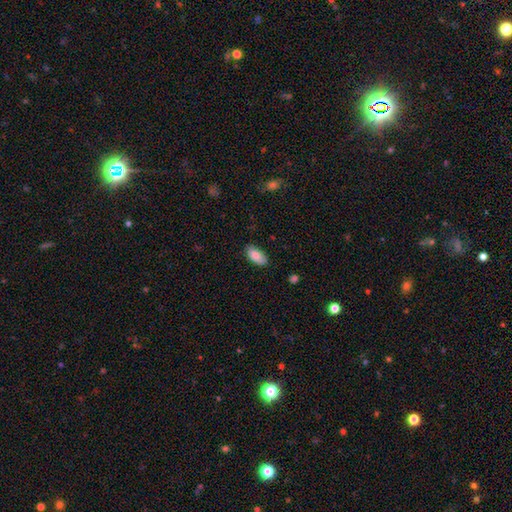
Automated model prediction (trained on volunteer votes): smooth-or-featured: smooth: 84% | featured or disk: 9% | star or artifact: 7%
  how-rounded: in between: 94% | cigar-shaped: 4% | round: 3%
  merging: none: 80% | minor disturbance: 16% | major disturbance: 3% | merger: 1%